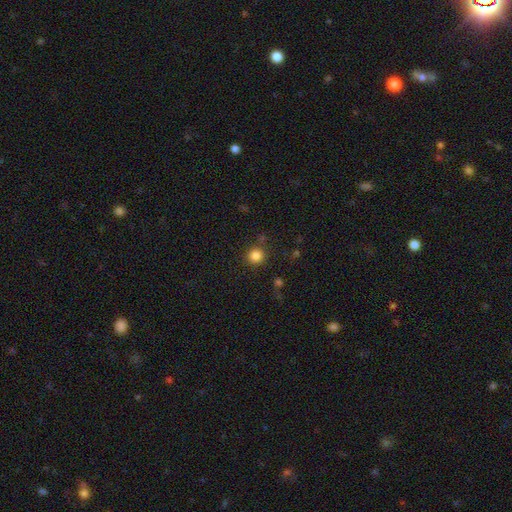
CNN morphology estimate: type=smooth (84%); roundness=round (93%); merging=none (85%).